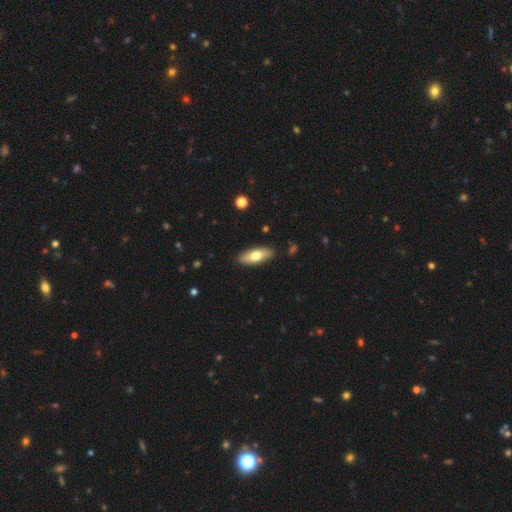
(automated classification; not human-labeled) This is likely a smooth galaxy (69%). How rounded: likely in between (72%). Merging: clearly none (88%).